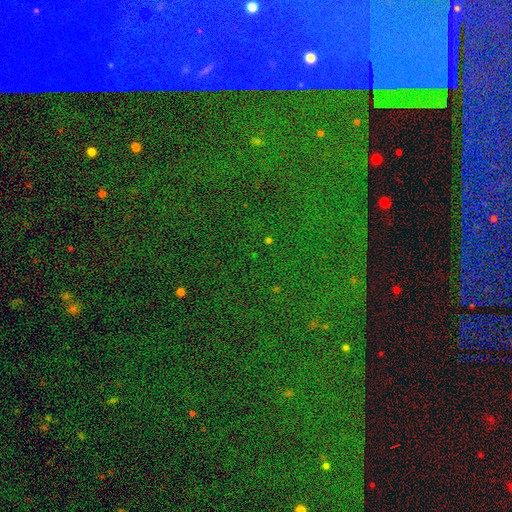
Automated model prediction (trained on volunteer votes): This appears to be a star or artifact, not a galaxy (81%).